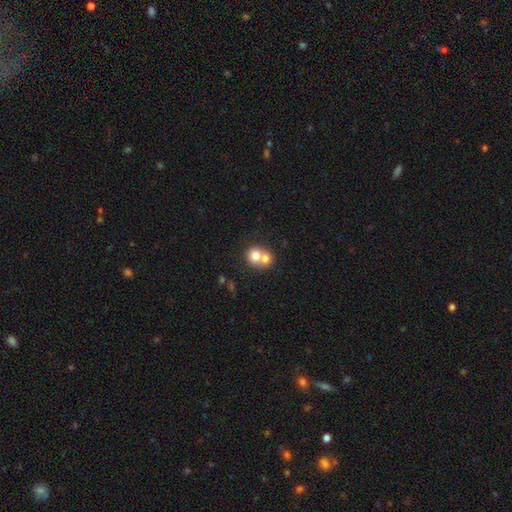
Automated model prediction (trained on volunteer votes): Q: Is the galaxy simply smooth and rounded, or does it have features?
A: smooth — 72%.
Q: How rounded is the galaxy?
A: round — 74%.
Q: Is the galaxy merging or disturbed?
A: merger — 67%.